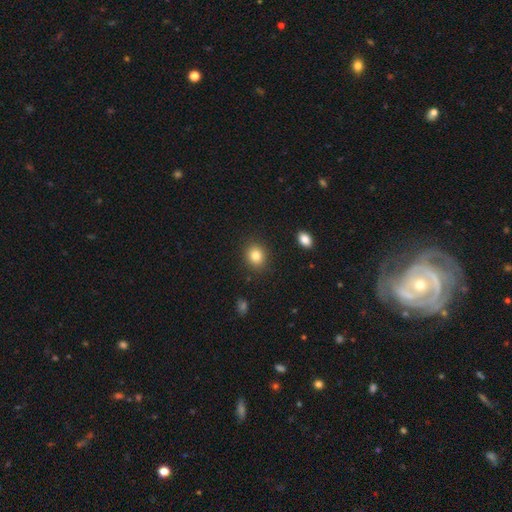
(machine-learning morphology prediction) The model was most divided on "how rounded": round: 69%, in between: 30%, cigar-shaped: 1%. More confident: merging — none (89%); smooth or featured — smooth (83%).